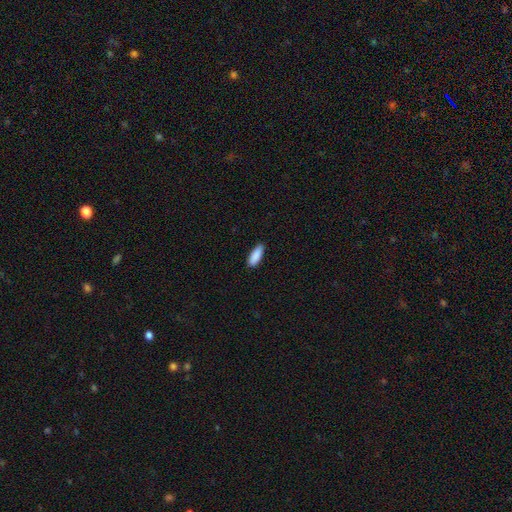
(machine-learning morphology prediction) type=smooth (90%); roundness=in between (63%); merging=none (87%).